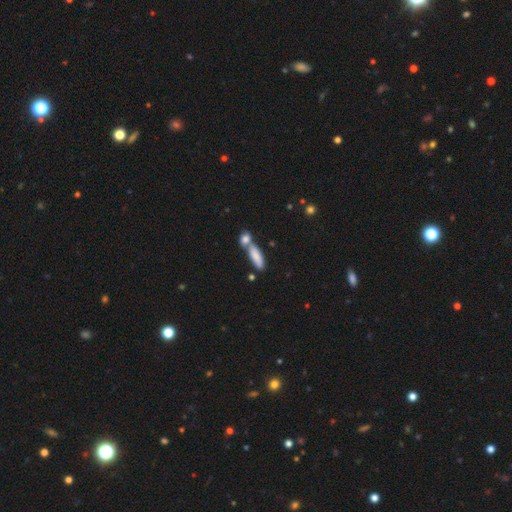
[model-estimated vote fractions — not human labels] Smooth or featured?
  - smooth: 81% *
  - featured or disk: 12%
  - star or artifact: 7%
How rounded?
  - in between: 51% *
  - cigar-shaped: 47%
  - round: 3%
Merging?
  - merger: 45% *
  - none: 41%
  - minor disturbance: 10%
  - major disturbance: 4%